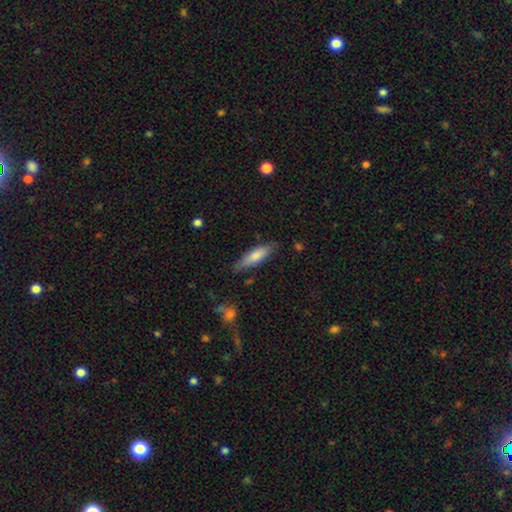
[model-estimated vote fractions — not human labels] Morphology: type=smooth (77%); roundness=cigar-shaped (57%); merging=none (75%).